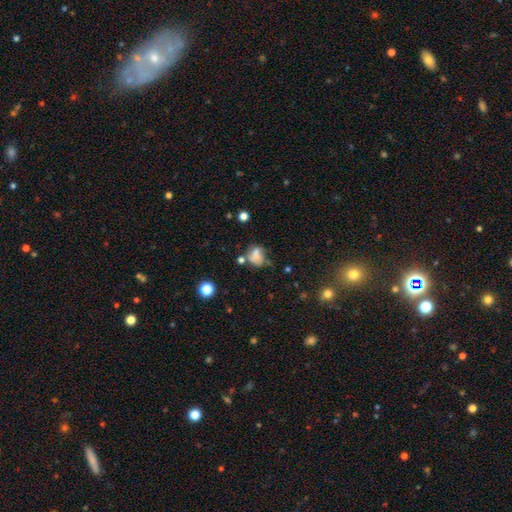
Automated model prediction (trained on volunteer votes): smooth 59%, featured or disk 26%, star or artifact 15%. Down the decision tree: how rounded — in between (56%); merging — none (32%).